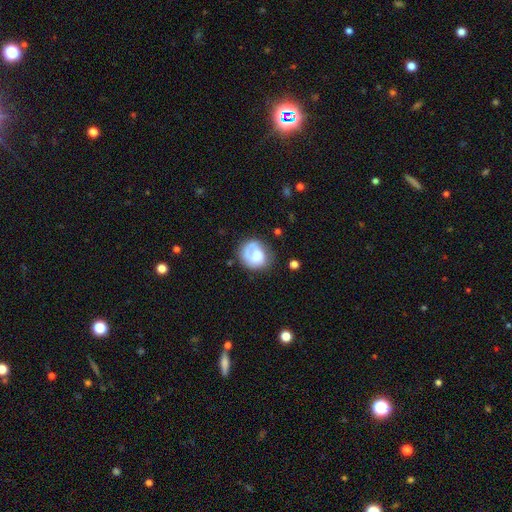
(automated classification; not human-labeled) smooth-or-featured: smooth: 59% | featured or disk: 34% | star or artifact: 7%
  how-rounded: round: 72% | in between: 27% | cigar-shaped: 1%
  merging: none: 50% | minor disturbance: 25% | major disturbance: 19% | merger: 5%